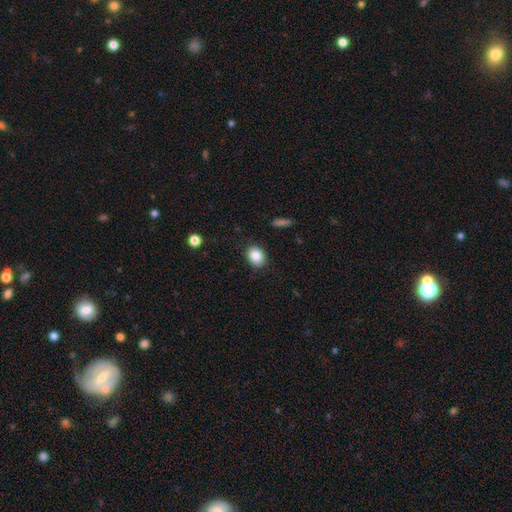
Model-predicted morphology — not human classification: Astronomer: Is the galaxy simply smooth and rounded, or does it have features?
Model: smooth — 86%.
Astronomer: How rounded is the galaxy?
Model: in between — 56% (runner-up: round, 43%).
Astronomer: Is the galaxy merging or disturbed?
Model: none — 87%.